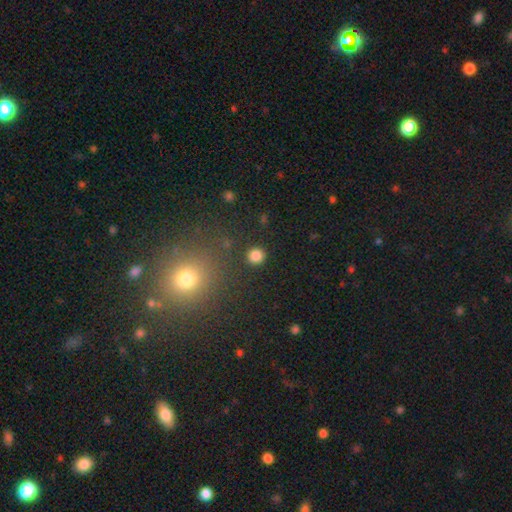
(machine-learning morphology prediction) Q: Smooth or featured?
A: smooth (83%); runner-up: star or artifact (12%)
Q: How rounded?
A: round (92%); runner-up: in between (7%)
Q: Merging?
A: none (90%); runner-up: minor disturbance (5%)